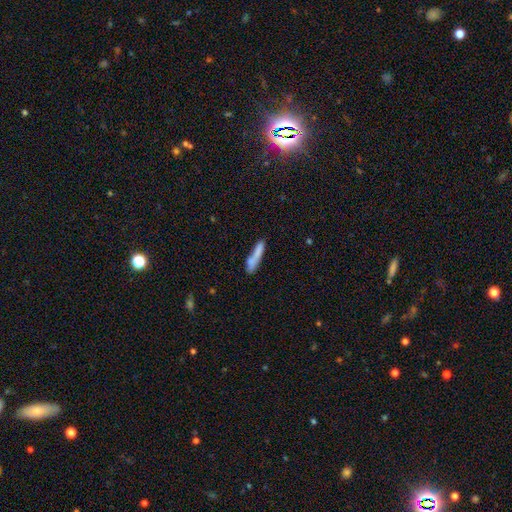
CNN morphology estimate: A smooth galaxy with no disk features (72%) that is cigar-shaped (87%).

Vote fractions:
- Smooth or featured? smooth: 72% / featured or disk: 19% / star or artifact: 8%
- How rounded? cigar-shaped: 87% / in between: 11% / round: 2%
- Merging? none: 57% / minor disturbance: 18% / merger: 18% / major disturbance: 7%